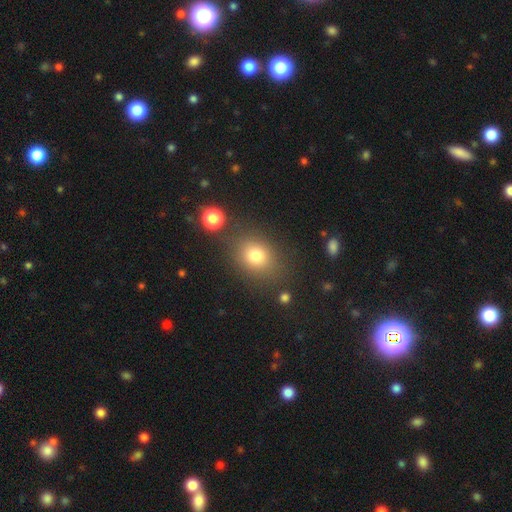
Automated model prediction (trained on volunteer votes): smooth 78%, star or artifact 13%, featured or disk 9%. Down the decision tree: how rounded — round (53%); merging — none (76%).